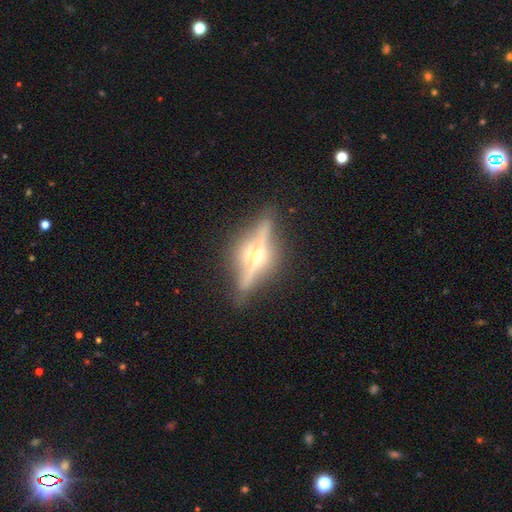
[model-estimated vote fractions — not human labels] This is clearly a featured or disk galaxy (84%). It is clearly viewed edge-on (94%). Edge-on bulge: clearly rounded (95%). Merging: clearly none (83%).